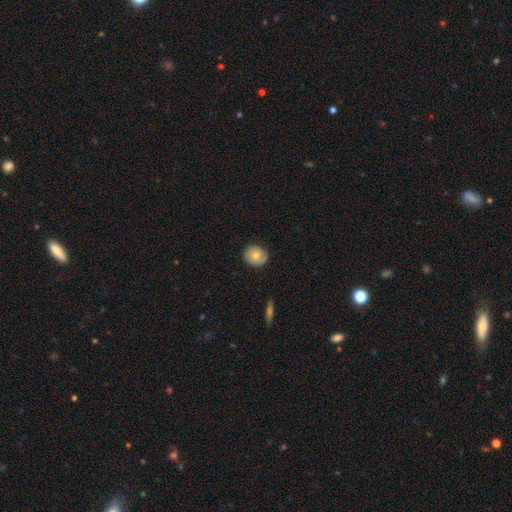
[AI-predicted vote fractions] The model was most divided on "smooth or featured": smooth: 61%, featured or disk: 32%, star or artifact: 8%. More confident: merging — none (81%); how rounded — round (80%).